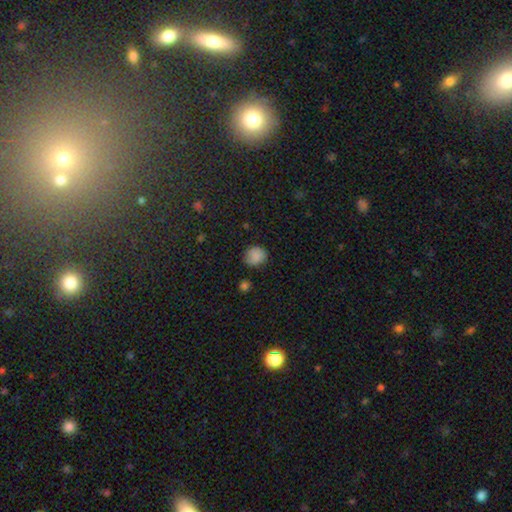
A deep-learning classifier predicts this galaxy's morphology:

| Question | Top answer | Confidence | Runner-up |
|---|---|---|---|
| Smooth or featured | smooth | 81% | star or artifact (10%) |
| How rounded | round | 79% | in between (20%) |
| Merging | none | 80% | minor disturbance (15%) |